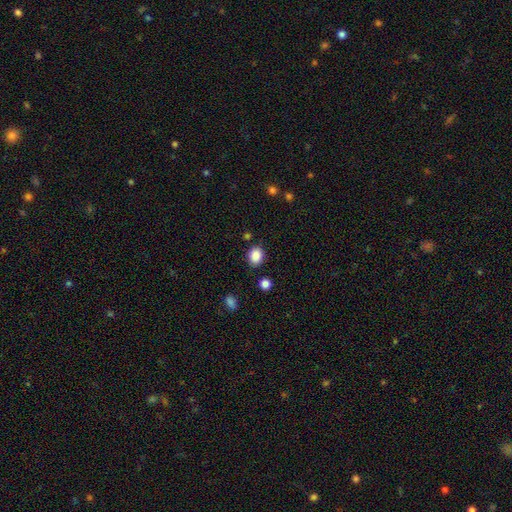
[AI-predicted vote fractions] Smooth or featured? Predicted: smooth (p=0.87). How rounded? Predicted: round (p=0.55). Merging? Predicted: none (p=0.83).